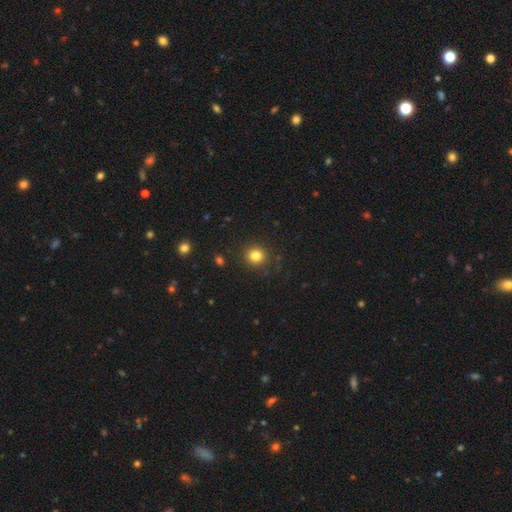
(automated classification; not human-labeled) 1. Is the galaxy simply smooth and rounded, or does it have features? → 82% smooth, 13% star or artifact, 5% featured or disk.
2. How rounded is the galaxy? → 90% round, 9% in between, 1% cigar-shaped.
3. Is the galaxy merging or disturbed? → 89% none, 7% minor disturbance, 3% major disturbance, 1% merger.